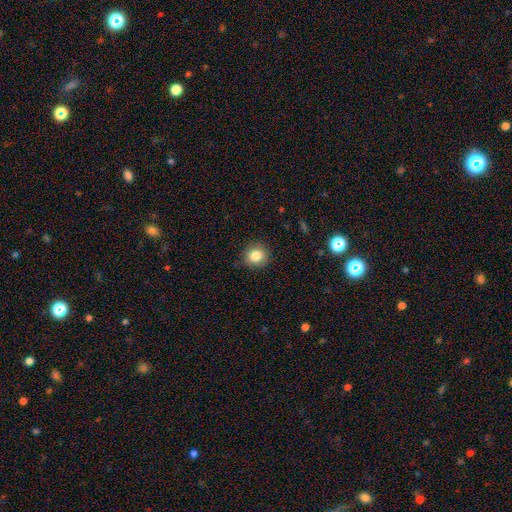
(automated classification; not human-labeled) A smooth galaxy with no disk features (83%) that is round (87%).

Vote fractions:
- Smooth or featured? smooth: 83% / star or artifact: 10% / featured or disk: 7%
- How rounded? round: 87% / in between: 12% / cigar-shaped: 1%
- Merging? none: 84% / minor disturbance: 13% / major disturbance: 3% / merger: 1%